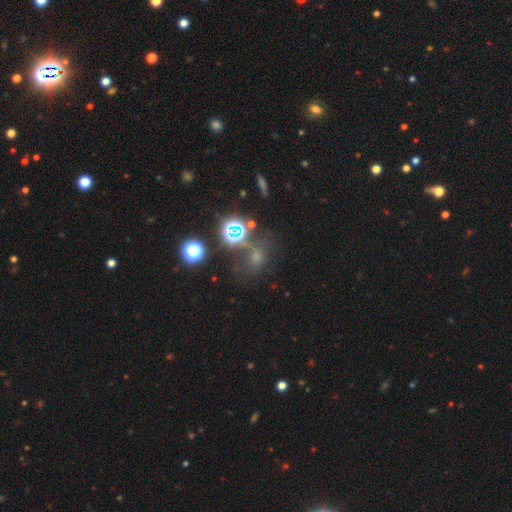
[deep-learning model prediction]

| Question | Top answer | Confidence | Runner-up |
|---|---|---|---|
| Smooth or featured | smooth | 46% | star or artifact (39%) |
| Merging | none | 51% | minor disturbance (19%) |